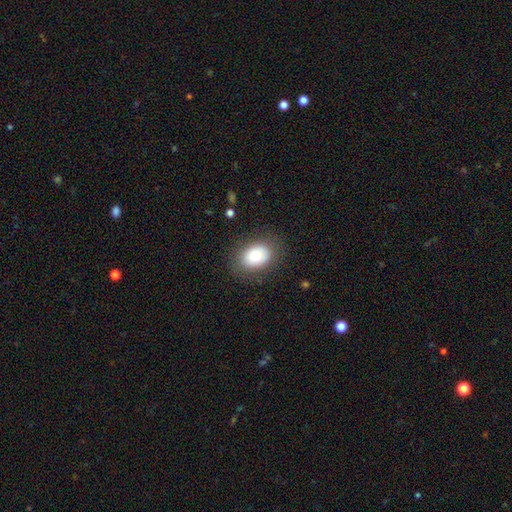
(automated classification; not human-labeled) This is likely a smooth galaxy (78%). How rounded: likely in between (73%). Merging: likely none (80%).